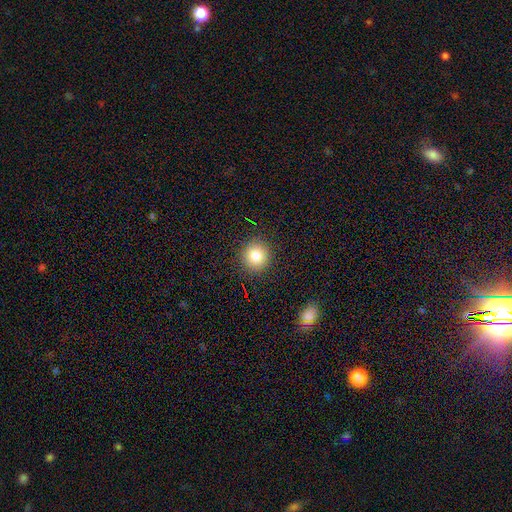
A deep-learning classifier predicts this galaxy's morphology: Overall: smooth (81%). How rounded: round (92%). Merging: none (90%).